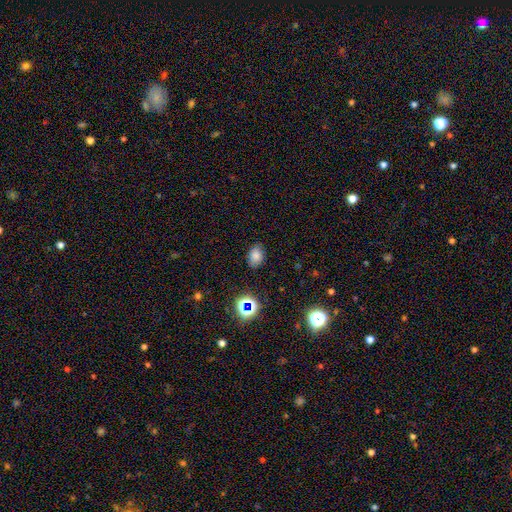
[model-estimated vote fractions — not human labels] Morphology: type=smooth (78%); roundness=in between (78%); merging=none (83%).